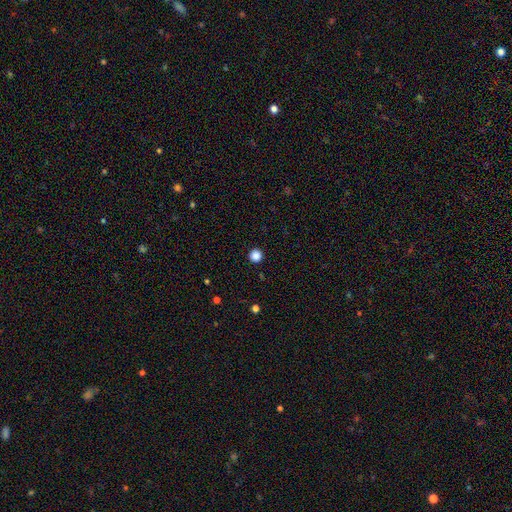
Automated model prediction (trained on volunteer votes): A smooth galaxy with no disk features (86%) that is round (96%). Merging: none (94%).